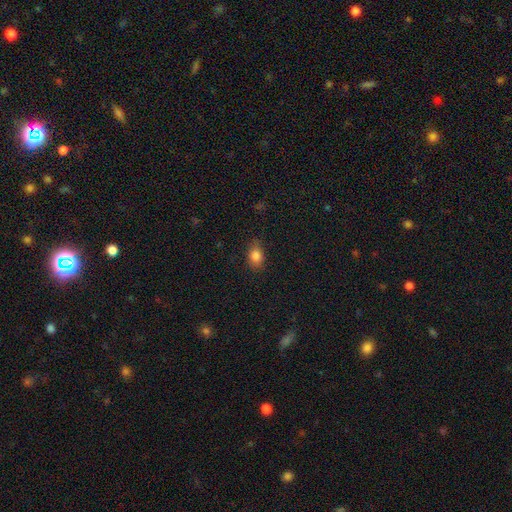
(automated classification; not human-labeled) Morphology: type=smooth (83%); roundness=in between (72%); merging=none (78%).